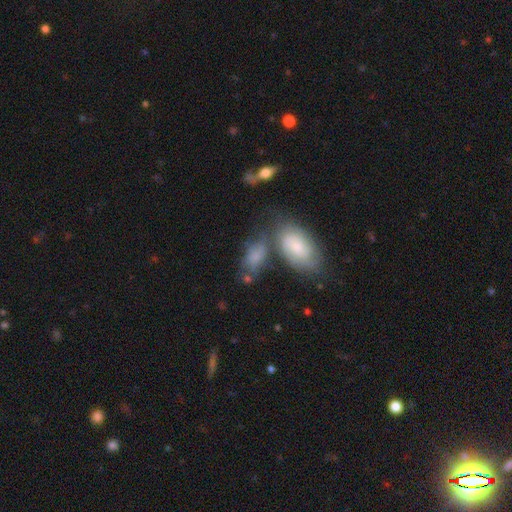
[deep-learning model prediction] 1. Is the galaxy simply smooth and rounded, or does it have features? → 58% smooth, 32% featured or disk, 10% star or artifact.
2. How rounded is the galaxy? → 88% in between, 7% round, 5% cigar-shaped.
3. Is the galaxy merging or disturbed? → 37% none, 32% merger, 19% minor disturbance, 11% major disturbance.